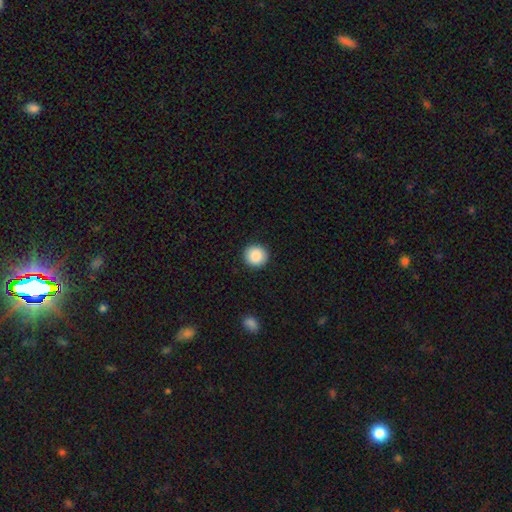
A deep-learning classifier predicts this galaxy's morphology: Overall: smooth (89%). How rounded: round (94%). Merging: none (93%).